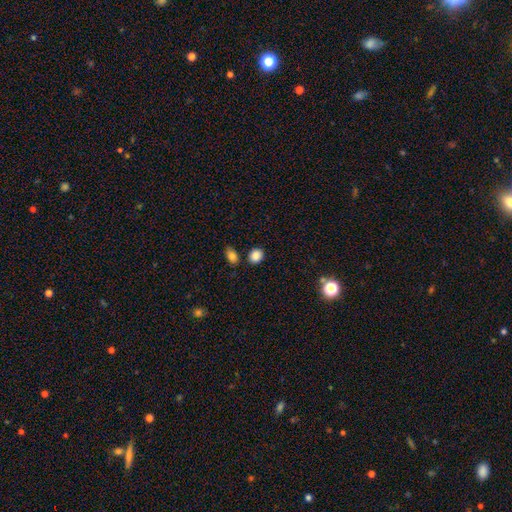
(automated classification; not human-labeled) A smooth galaxy with no disk features (86%) that is round (60%).

Vote fractions:
- Smooth or featured? smooth: 86% / star or artifact: 10% / featured or disk: 4%
- How rounded? round: 60% / in between: 39% / cigar-shaped: 1%
- Merging? none: 80% / minor disturbance: 10% / merger: 6% / major disturbance: 3%